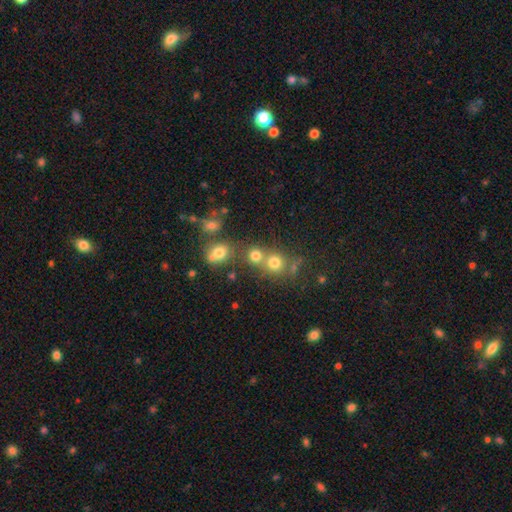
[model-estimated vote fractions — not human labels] smooth_or_featured: smooth (p=0.73) [alt: star or artifact p=0.17]
how_rounded: round (p=0.87) [alt: in between p=0.12]
merging: none (p=0.55) [alt: merger p=0.34]